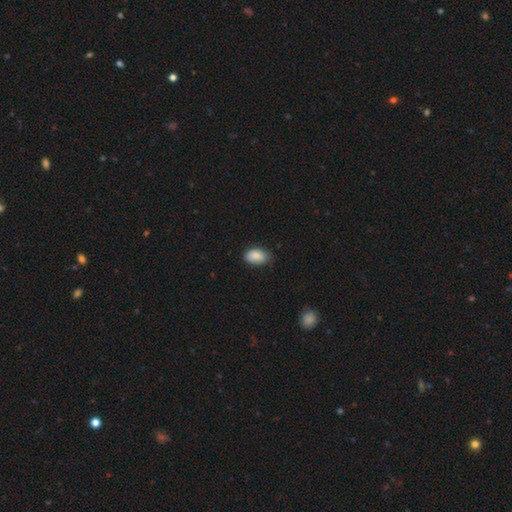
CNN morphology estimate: A smooth galaxy with no disk features (85%) that is in between round and cigar-shaped (87%). Merging: none (68%).